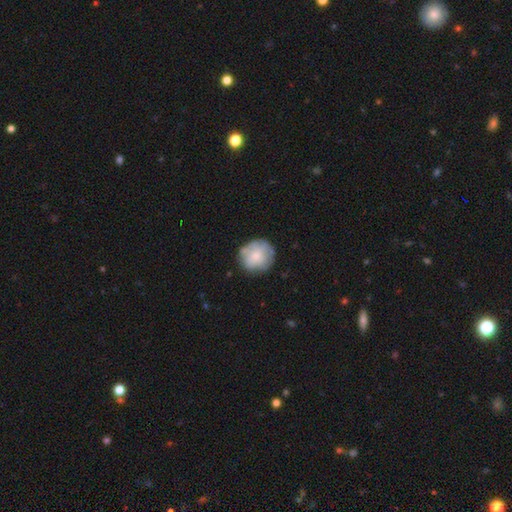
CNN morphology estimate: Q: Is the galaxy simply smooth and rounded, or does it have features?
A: smooth — 66%.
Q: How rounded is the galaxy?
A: round — 89%.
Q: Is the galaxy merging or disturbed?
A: none — 75%.